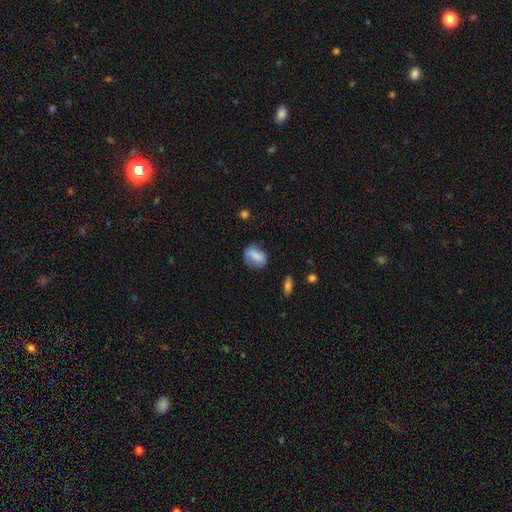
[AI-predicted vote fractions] This is likely a smooth galaxy (71%). How rounded: likely in between (69%). Merging: likely none (69%).